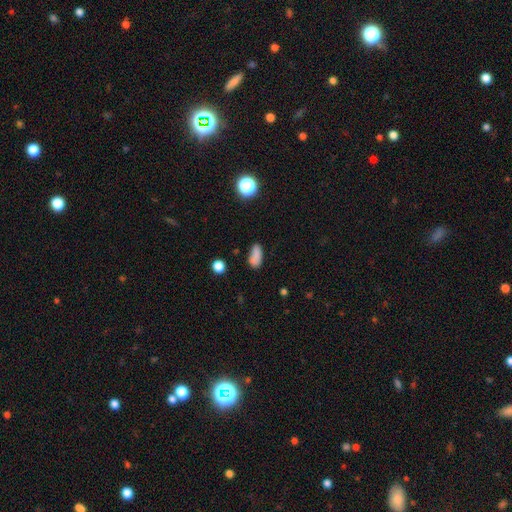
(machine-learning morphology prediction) Smooth or featured?
  - smooth: 82% *
  - star or artifact: 11%
  - featured or disk: 7%
How rounded?
  - in between: 85% *
  - cigar-shaped: 11%
  - round: 5%
Merging?
  - none: 71% *
  - minor disturbance: 20%
  - major disturbance: 5%
  - merger: 4%